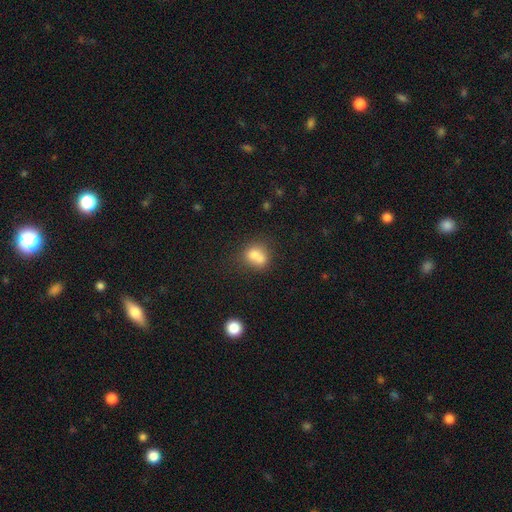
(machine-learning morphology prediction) Q: Smooth or featured?
A: smooth (70%); runner-up: featured or disk (19%)
Q: How rounded?
A: round (69%); runner-up: in between (30%)
Q: Merging?
A: merger (56%); runner-up: none (30%)